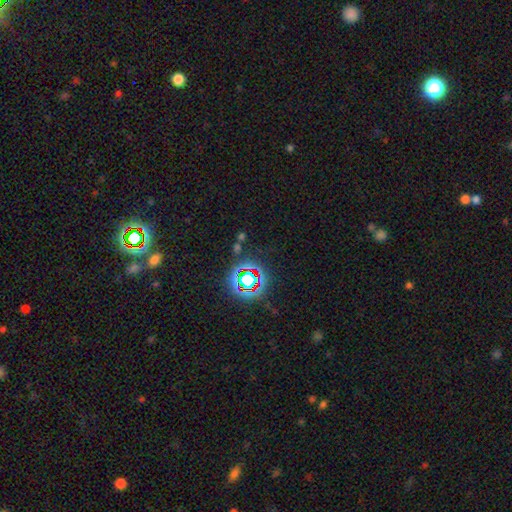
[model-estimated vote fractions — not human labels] Morphology: type=star or artifact (75%).